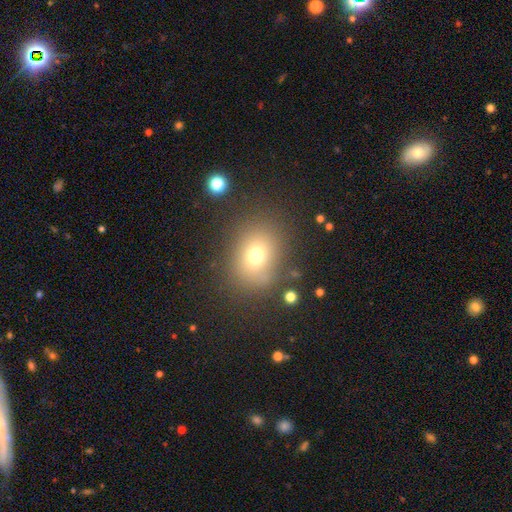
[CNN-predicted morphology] type=smooth (71%); roundness=round (55%); merging=none (80%).